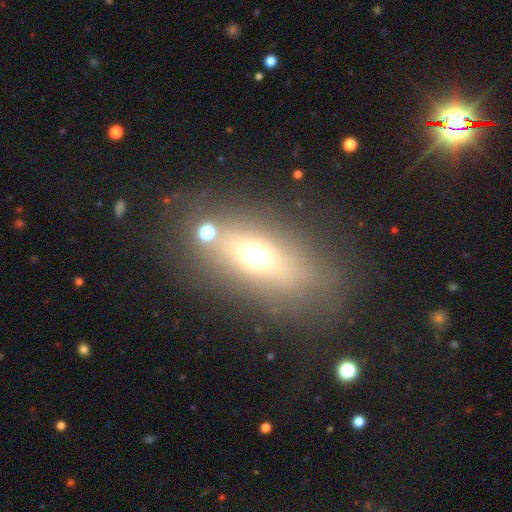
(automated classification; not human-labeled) A smooth galaxy with no disk features (55%) that is in between round and cigar-shaped (69%).

Vote fractions:
- Smooth or featured? smooth: 55% / featured or disk: 28% / star or artifact: 17%
- How rounded? in between: 69% / cigar-shaped: 20% / round: 11%
- Merging? none: 73% / minor disturbance: 13% / merger: 8% / major disturbance: 7%